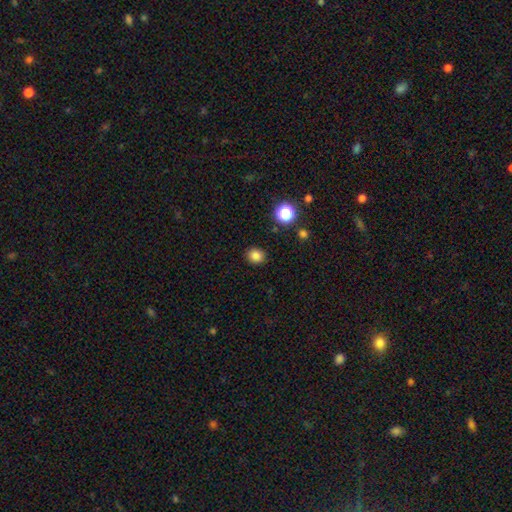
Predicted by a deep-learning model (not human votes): Overall: smooth (83%). How rounded: round (76%). Merging: none (90%).